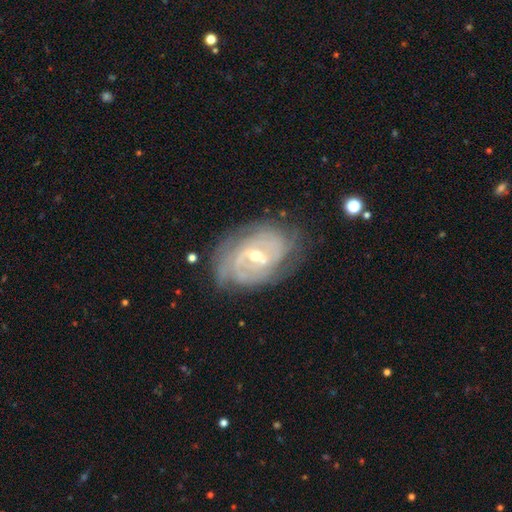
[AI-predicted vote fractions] Smooth or featured: featured or disk — 85% (smooth — 9%)
Edge-on disk: no — 96% (yes — 4%)
Bar: weak — 49% (no — 29%)
Spiral arms: yes — 90% (no — 10%)
Spiral winding: tight — 67% (medium — 25%)
Spiral arm count: can't tell — 40% (2 — 27%)
Bulge size: moderate — 53% (small — 44%)
Merging: none — 69% (minor disturbance — 20%)